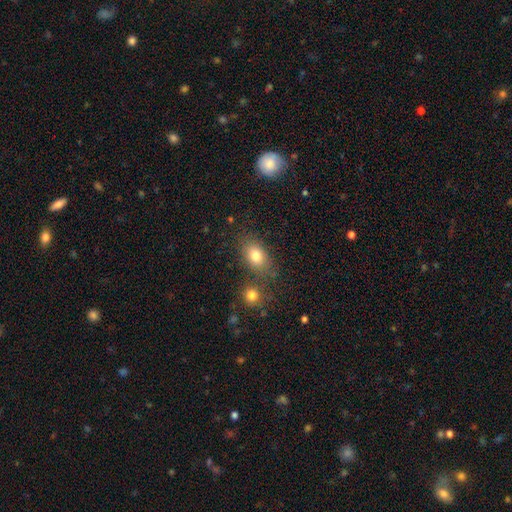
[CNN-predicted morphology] Smooth or featured? Predicted: smooth (p=0.79). How rounded? Predicted: in between (p=0.75). Merging? Predicted: none (p=0.68).